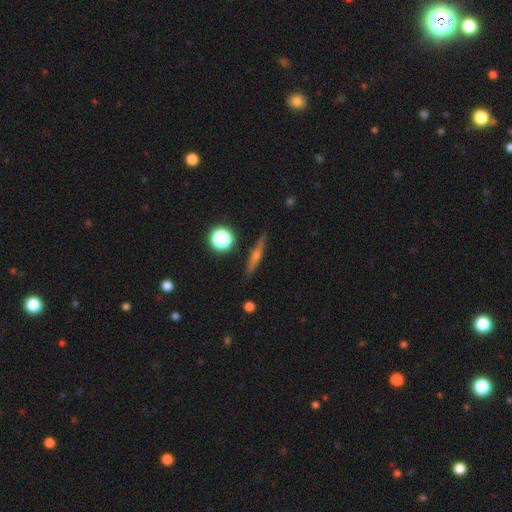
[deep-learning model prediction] A featured or disk galaxy (55%) viewed edge-on (95%) with a rounded central bulge (74%).

Vote fractions:
- Smooth or featured? featured or disk: 55% / smooth: 34% / star or artifact: 11%
- Edge-on disk? yes: 95% / no: 5%
- Edge-on bulge? rounded: 74% / none: 20% / boxy: 6%
- Merging? none: 89% / minor disturbance: 8% / major disturbance: 2% / merger: 2%